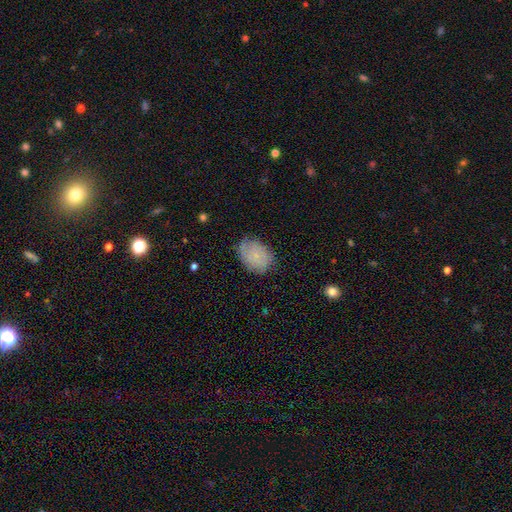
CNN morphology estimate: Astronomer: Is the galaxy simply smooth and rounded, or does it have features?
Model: smooth — 59%.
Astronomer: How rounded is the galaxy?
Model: in between — 73%.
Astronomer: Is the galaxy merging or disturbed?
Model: none — 72%.